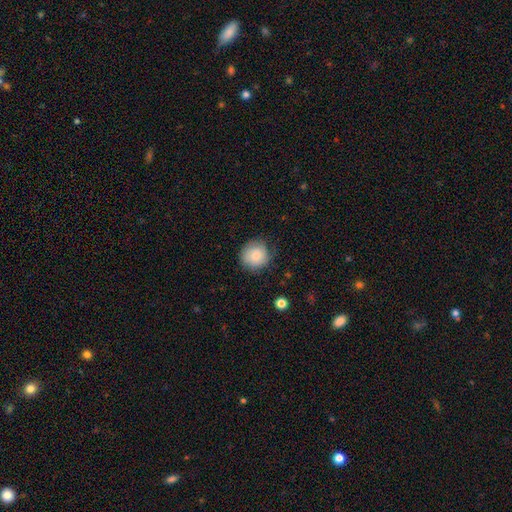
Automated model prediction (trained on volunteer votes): Q: Smooth or featured?
A: smooth (80%); runner-up: featured or disk (13%)
Q: How rounded?
A: round (90%); runner-up: in between (9%)
Q: Merging?
A: none (74%); runner-up: minor disturbance (20%)